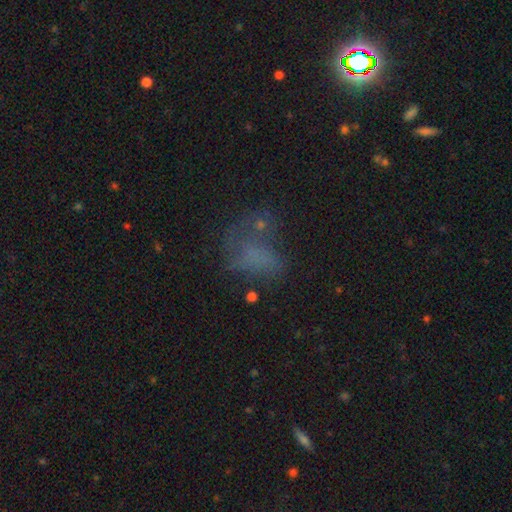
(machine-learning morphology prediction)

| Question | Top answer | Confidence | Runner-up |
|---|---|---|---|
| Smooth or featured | smooth | 44% | featured or disk (28%) |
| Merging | none | 37% | major disturbance (34%) |